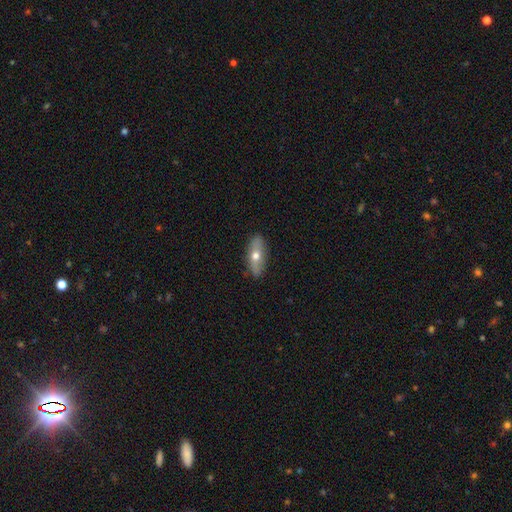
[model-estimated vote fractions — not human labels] smooth-or-featured: smooth: 54% | featured or disk: 39% | star or artifact: 6%
  how-rounded: in between: 61% | cigar-shaped: 35% | round: 4%
  merging: none: 87% | minor disturbance: 10% | major disturbance: 2% | merger: 1%